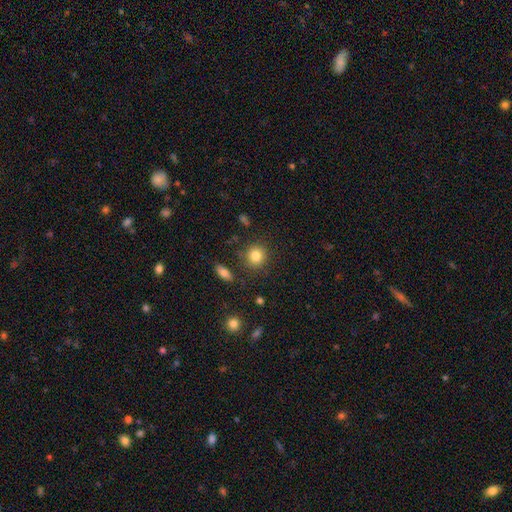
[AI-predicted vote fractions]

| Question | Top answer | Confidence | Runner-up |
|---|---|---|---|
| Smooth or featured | smooth | 83% | star or artifact (10%) |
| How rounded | round | 86% | in between (13%) |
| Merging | none | 85% | minor disturbance (9%) |